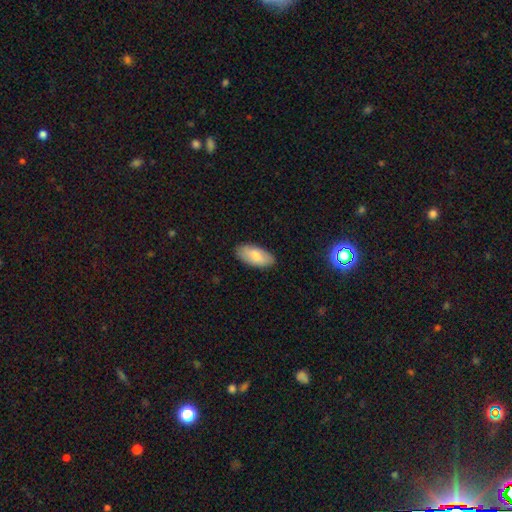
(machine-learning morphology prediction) Q: Smooth or featured?
A: smooth (79%); runner-up: featured or disk (15%)
Q: How rounded?
A: in between (92%); runner-up: cigar-shaped (6%)
Q: Merging?
A: none (87%); runner-up: minor disturbance (10%)